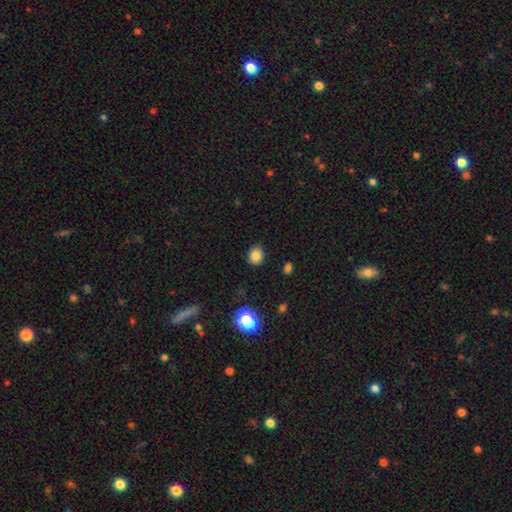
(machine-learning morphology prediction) smooth_or_featured: smooth (p=0.81) [alt: star or artifact p=0.13]
how_rounded: round (p=0.62) [alt: in between p=0.37]
merging: none (p=0.86) [alt: minor disturbance p=0.10]